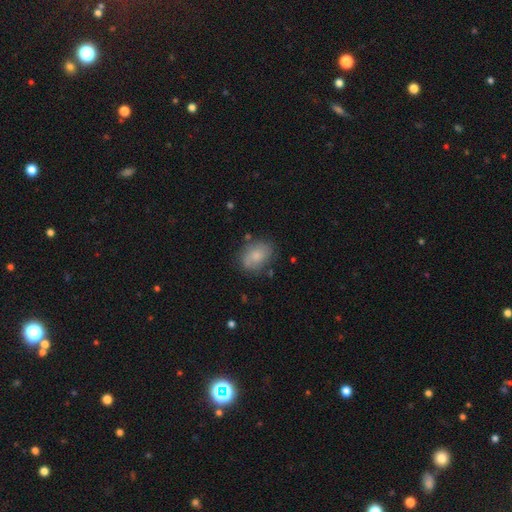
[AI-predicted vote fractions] Smooth or featured? smooth (73%)
How rounded? in between (71%)
Merging? none (68%)